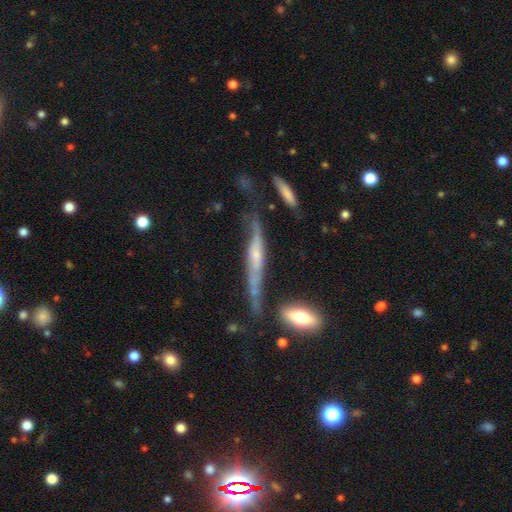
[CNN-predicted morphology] The model was most divided on "edge-on bulge": rounded: 56%, none: 31%, boxy: 13%. More confident: edge-on disk — yes (82%); smooth or featured — featured or disk (68%); merging — none (57%).